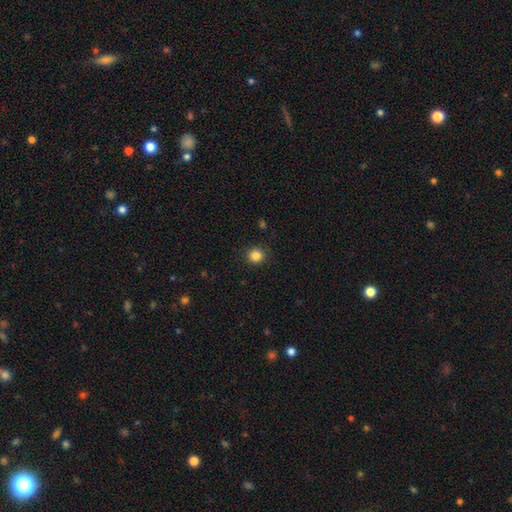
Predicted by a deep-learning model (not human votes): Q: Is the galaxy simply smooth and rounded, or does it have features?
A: smooth — 85%.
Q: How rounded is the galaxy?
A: round — 92%.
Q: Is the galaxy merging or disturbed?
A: none — 90%.